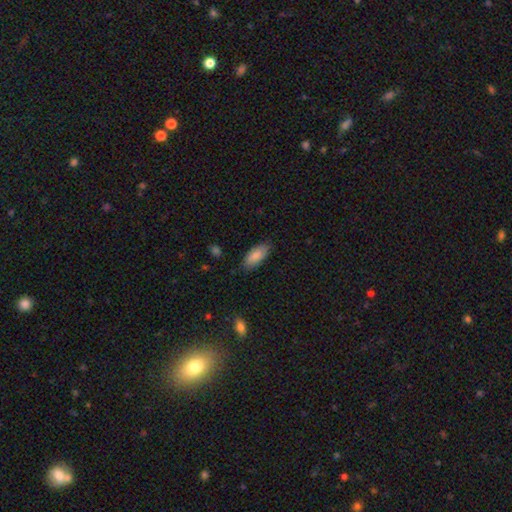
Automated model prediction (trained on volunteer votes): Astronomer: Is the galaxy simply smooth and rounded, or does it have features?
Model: smooth — 86%.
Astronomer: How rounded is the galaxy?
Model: in between — 88%.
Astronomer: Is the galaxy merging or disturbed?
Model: none — 82%.